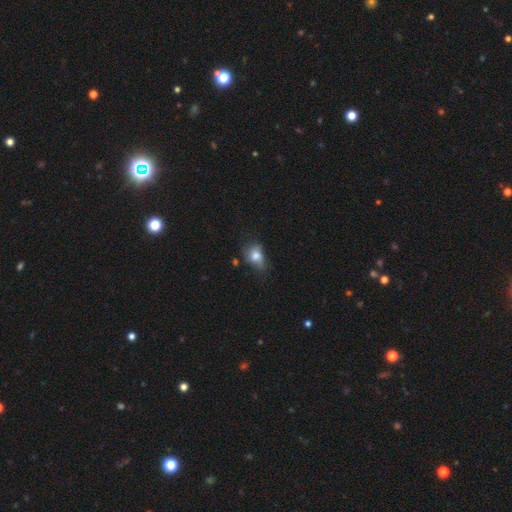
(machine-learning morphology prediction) Q: Smooth or featured?
A: smooth (69%); runner-up: featured or disk (21%)
Q: How rounded?
A: in between (66%); runner-up: round (32%)
Q: Merging?
A: none (39%); runner-up: minor disturbance (35%)